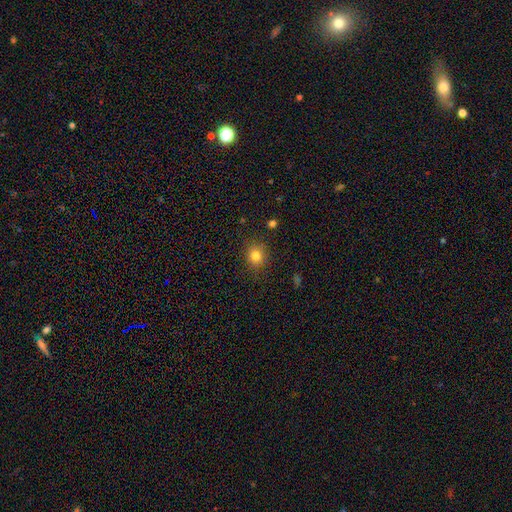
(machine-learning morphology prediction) Smooth or featured: smooth — 82% (star or artifact — 12%)
How rounded: round — 75% (in between — 24%)
Merging: none — 87% (minor disturbance — 9%)